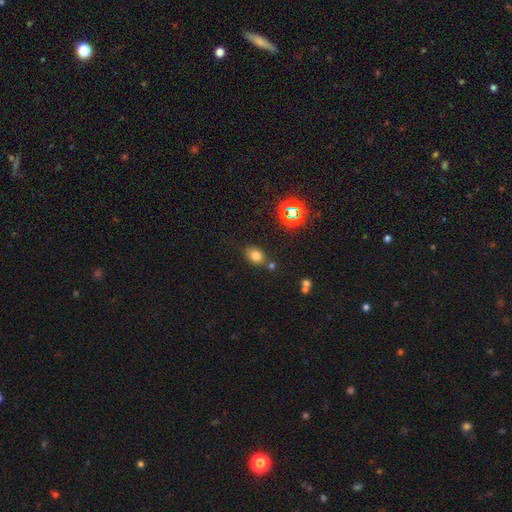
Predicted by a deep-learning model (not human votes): The model was most divided on "how rounded": in between: 65%, round: 34%, cigar-shaped: 1%. More confident: smooth or featured — smooth (74%); merging — none (71%).